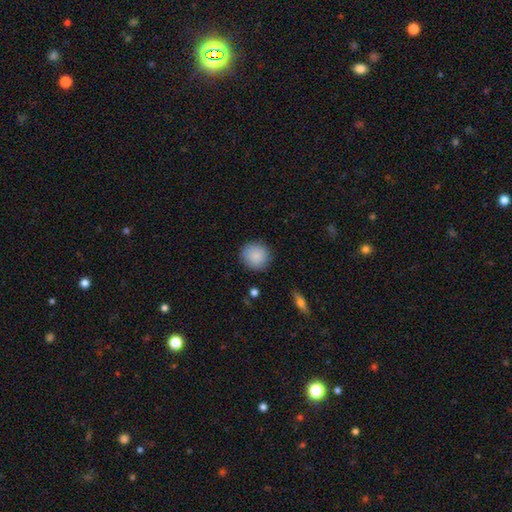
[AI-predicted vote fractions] smooth_or_featured: smooth (p=0.88) [alt: star or artifact p=0.07]
how_rounded: round (p=0.91) [alt: in between p=0.08]
merging: none (p=0.87) [alt: minor disturbance p=0.09]